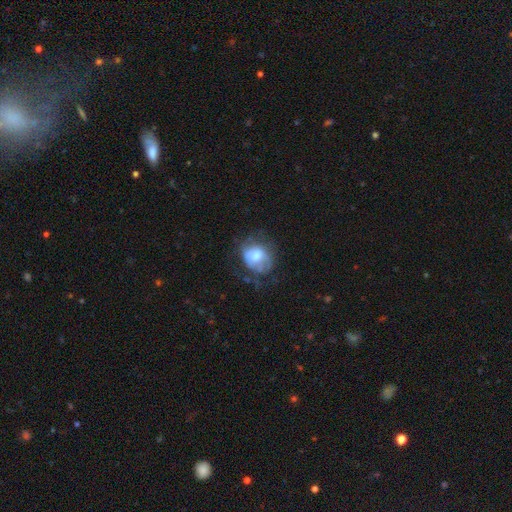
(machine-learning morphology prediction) A smooth galaxy with no disk features (46%).

Vote fractions:
- Smooth or featured? smooth: 46% / featured or disk: 45% / star or artifact: 9%
- Merging? none: 44% / minor disturbance: 29% / major disturbance: 25% / merger: 2%